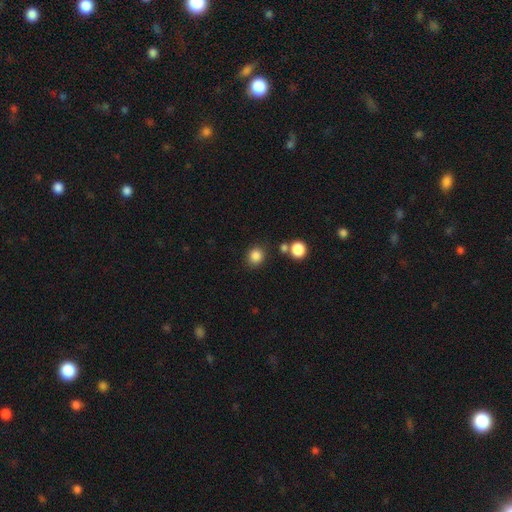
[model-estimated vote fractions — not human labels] Morphology: type=smooth (85%); roundness=round (77%); merging=none (80%).